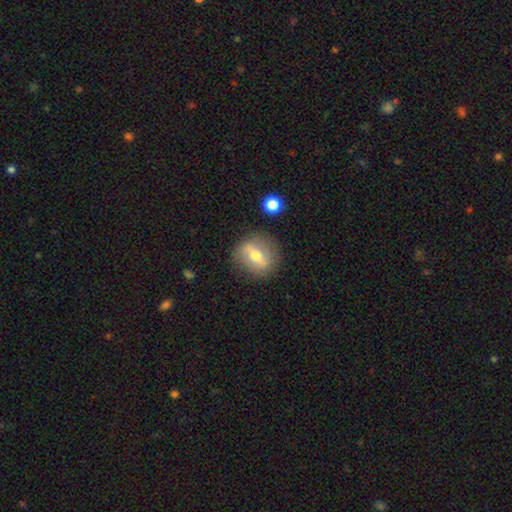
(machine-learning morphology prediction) Smooth or featured: featured or disk — 48% (smooth — 44%)
Merging: none — 82% (minor disturbance — 12%)